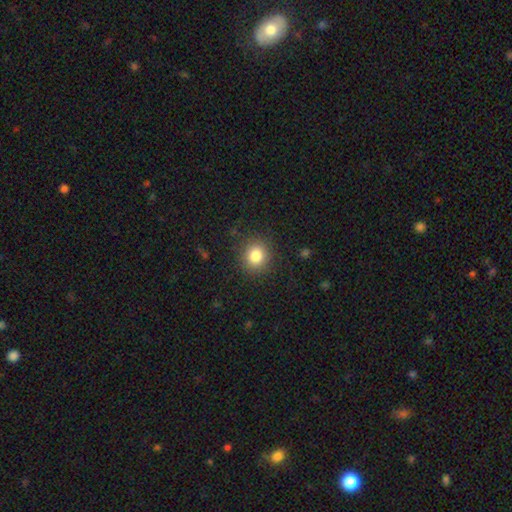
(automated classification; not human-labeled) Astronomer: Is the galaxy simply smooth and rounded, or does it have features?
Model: smooth — 83%.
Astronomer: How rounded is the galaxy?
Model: round — 85%.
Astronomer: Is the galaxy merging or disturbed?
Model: none — 89%.